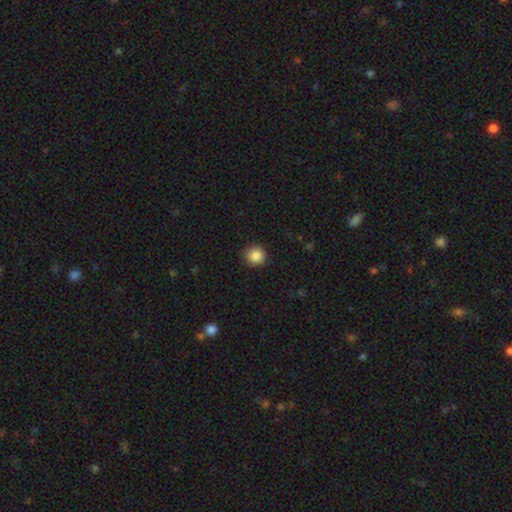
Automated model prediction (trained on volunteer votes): Morphology: type=smooth (87%); roundness=round (93%); merging=none (90%).